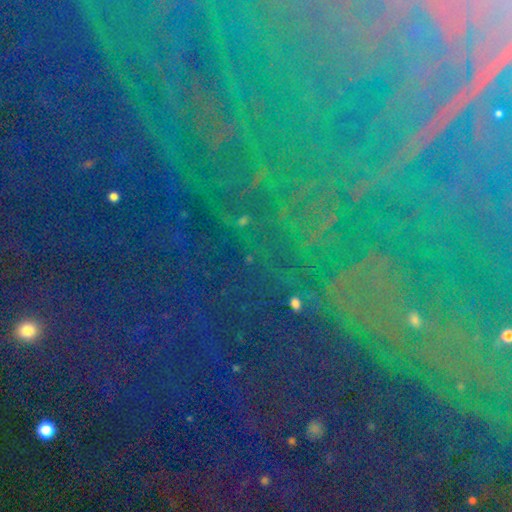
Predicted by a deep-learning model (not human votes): Smooth or featured?
  - star or artifact: 80% *
  - smooth: 11%
  - featured or disk: 9%